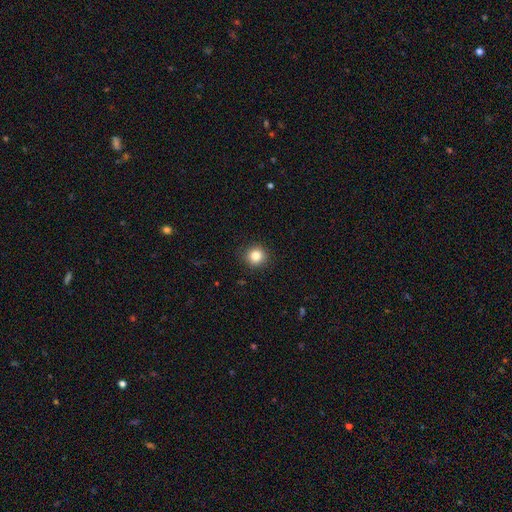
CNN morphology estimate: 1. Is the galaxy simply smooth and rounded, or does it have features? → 83% smooth, 11% star or artifact, 6% featured or disk.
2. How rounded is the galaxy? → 90% round, 9% in between, 1% cigar-shaped.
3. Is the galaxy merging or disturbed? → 90% none, 7% minor disturbance, 2% major disturbance, 1% merger.